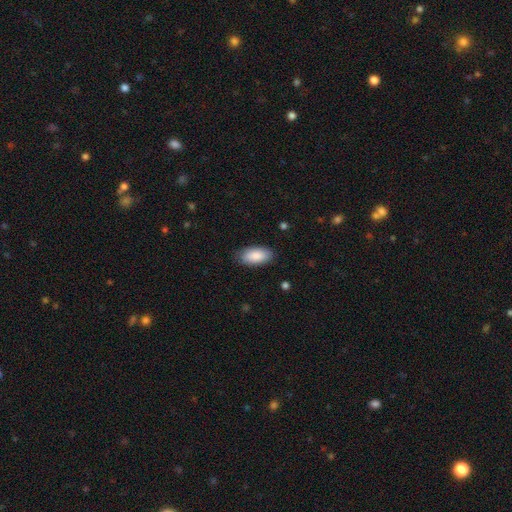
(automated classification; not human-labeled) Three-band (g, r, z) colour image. It shows a smooth galaxy with no disk features (88%) that is in between round and cigar-shaped (93%). Merging: none (84%).